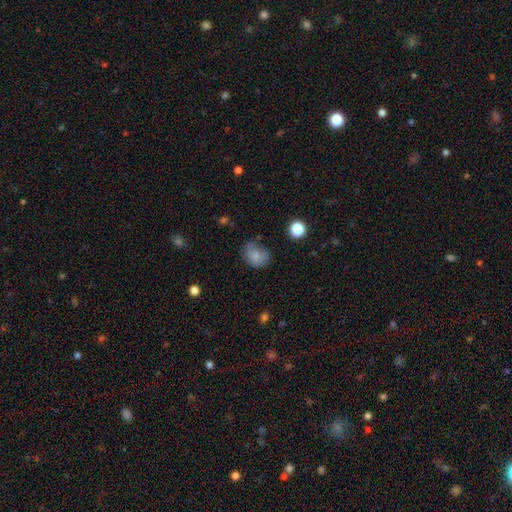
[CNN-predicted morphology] Overall: smooth (78%). How rounded: in between (52%; round 47%). Merging: none (54%; minor disturbance 31%).